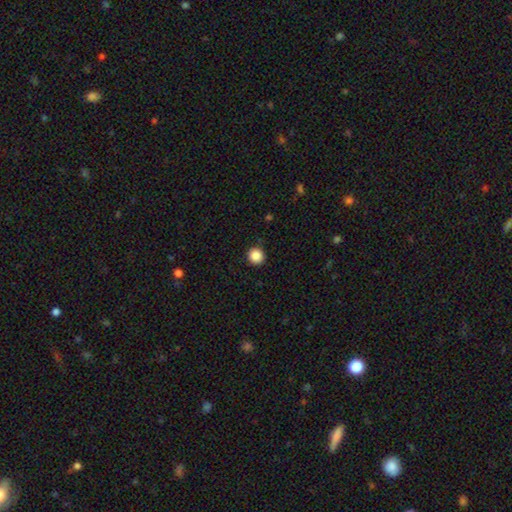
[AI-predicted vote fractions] Smooth or featured?
  - smooth: 87% *
  - star or artifact: 9%
  - featured or disk: 3%
How rounded?
  - round: 94% *
  - in between: 5%
  - cigar-shaped: 1%
Merging?
  - none: 93% *
  - minor disturbance: 5%
  - major disturbance: 2%
  - merger: 1%